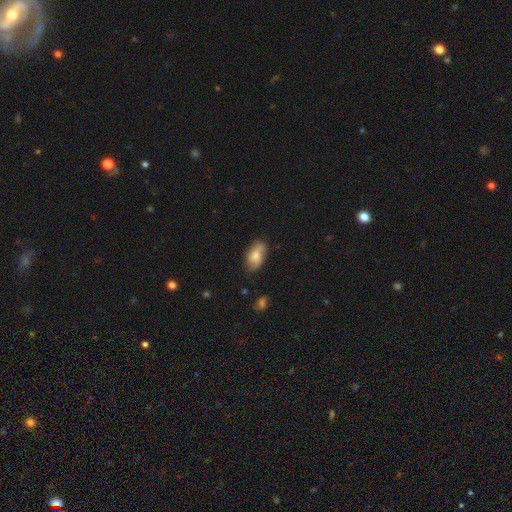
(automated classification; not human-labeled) smooth-or-featured: smooth: 73% | featured or disk: 19% | star or artifact: 8%
  how-rounded: in between: 91% | round: 5% | cigar-shaped: 4%
  merging: none: 67% | minor disturbance: 25% | major disturbance: 5% | merger: 2%